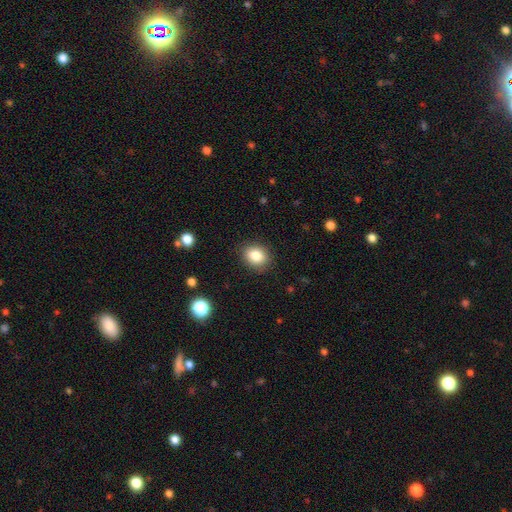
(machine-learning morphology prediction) smooth_or_featured: smooth (p=0.83) [alt: star or artifact p=0.10]
how_rounded: round (p=0.53) [alt: in between p=0.46]
merging: none (p=0.88) [alt: minor disturbance p=0.09]